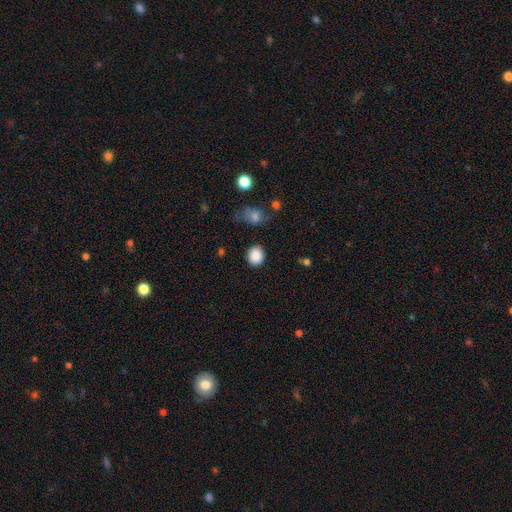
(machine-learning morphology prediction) The model was most divided on "how rounded": round: 71%, in between: 28%, cigar-shaped: 1%. More confident: smooth or featured — smooth (88%); merging — none (86%).